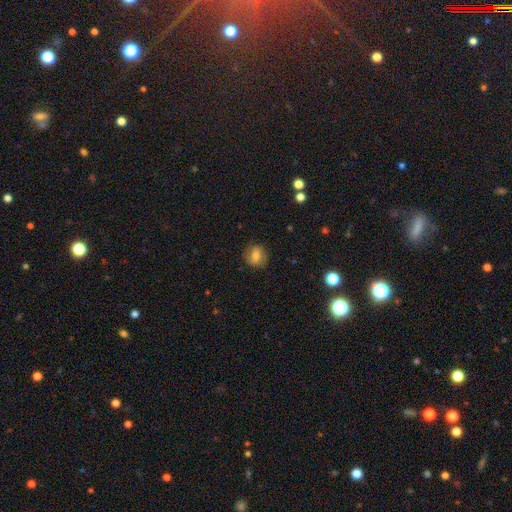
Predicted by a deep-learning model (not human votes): Smooth or featured?
  - smooth: 64% *
  - featured or disk: 25%
  - star or artifact: 10%
How rounded?
  - round: 58% *
  - in between: 40%
  - cigar-shaped: 2%
Merging?
  - none: 78% *
  - minor disturbance: 15%
  - major disturbance: 5%
  - merger: 1%